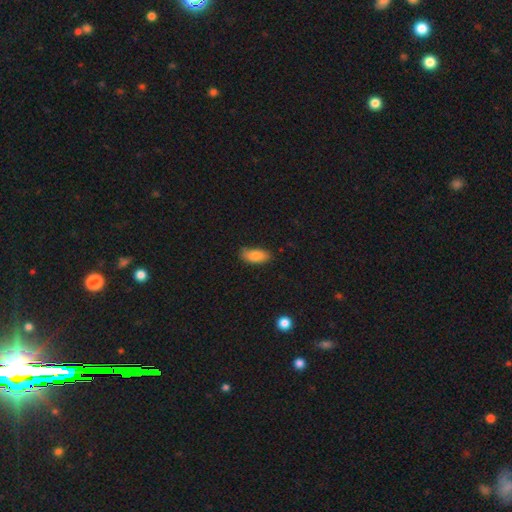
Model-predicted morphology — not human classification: Smooth or featured: smooth — 84% (featured or disk — 9%)
How rounded: in between — 88% (cigar-shaped — 9%)
Merging: none — 74% (minor disturbance — 20%)